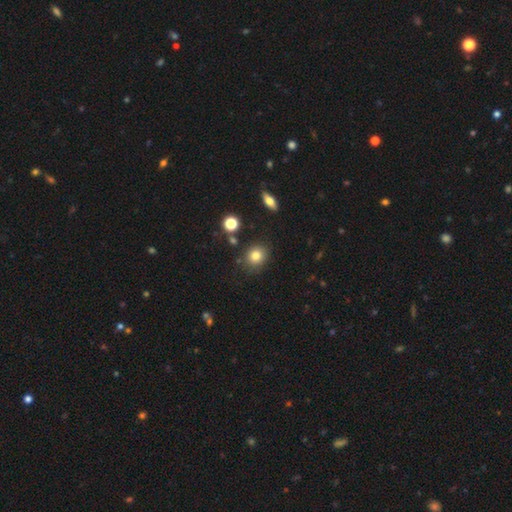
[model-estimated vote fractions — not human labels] Smooth or featured? smooth (81%)
How rounded? round (74%)
Merging? none (83%)